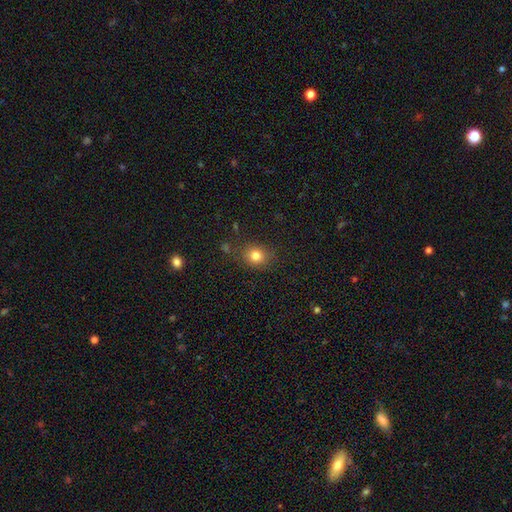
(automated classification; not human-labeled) Smooth or featured?
  - smooth: 80% *
  - star or artifact: 13%
  - featured or disk: 7%
How rounded?
  - round: 70% *
  - in between: 29%
  - cigar-shaped: 1%
Merging?
  - none: 82% *
  - minor disturbance: 12%
  - major disturbance: 4%
  - merger: 3%